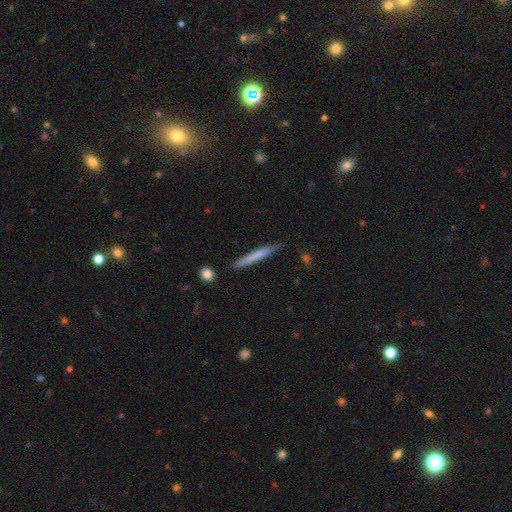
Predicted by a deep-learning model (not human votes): Morphology: type=smooth (63%); roundness=cigar-shaped (96%); merging=none (85%).